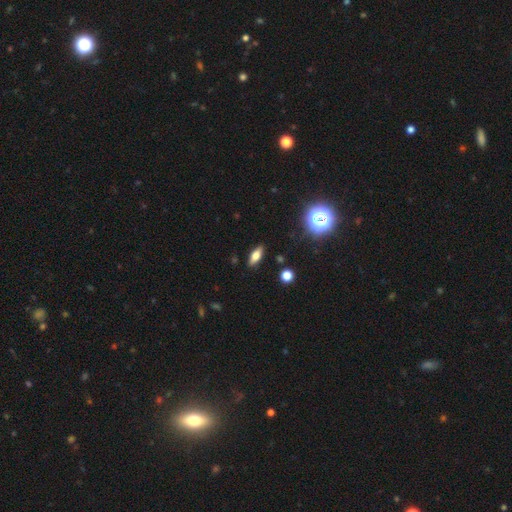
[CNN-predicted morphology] Smooth or featured? Predicted: smooth (p=0.65). How rounded? Predicted: in between (p=0.72). Merging? Predicted: none (p=0.88).